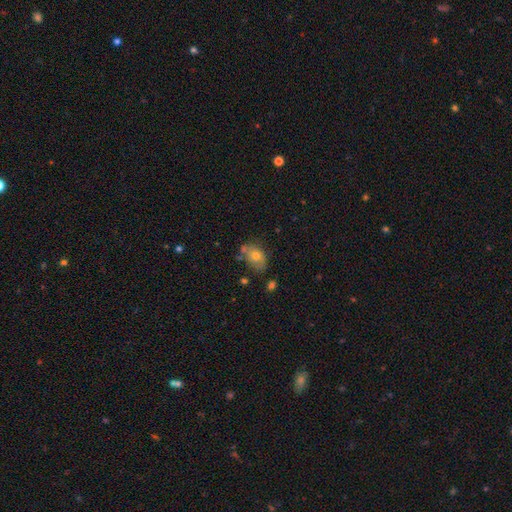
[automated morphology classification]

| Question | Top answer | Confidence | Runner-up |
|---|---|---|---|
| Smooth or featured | smooth | 66% | featured or disk (24%) |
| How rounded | in between | 76% | round (22%) |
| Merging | none | 55% | minor disturbance (26%) |